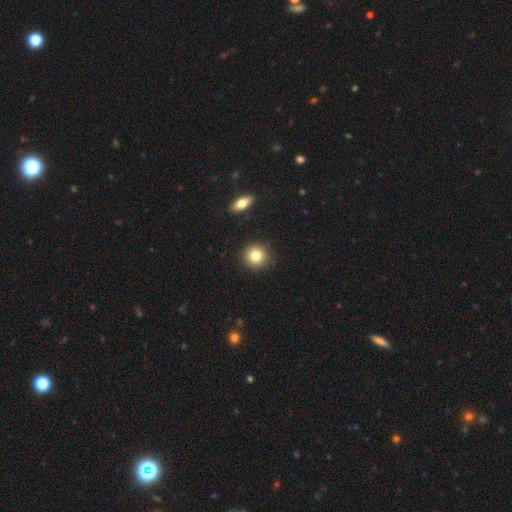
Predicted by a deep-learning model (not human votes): smooth 82%, star or artifact 10%, featured or disk 8%. Down the decision tree: how rounded — round (92%); merging — none (89%).